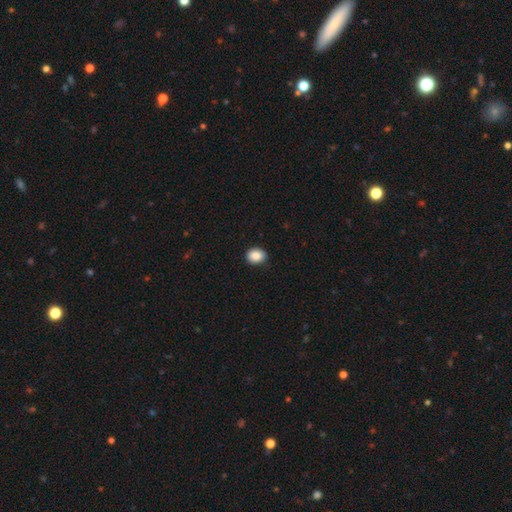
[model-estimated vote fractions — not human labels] Q: Smooth or featured?
A: smooth (88%); runner-up: star or artifact (8%)
Q: How rounded?
A: in between (51%); runner-up: round (48%)
Q: Merging?
A: none (86%); runner-up: minor disturbance (11%)